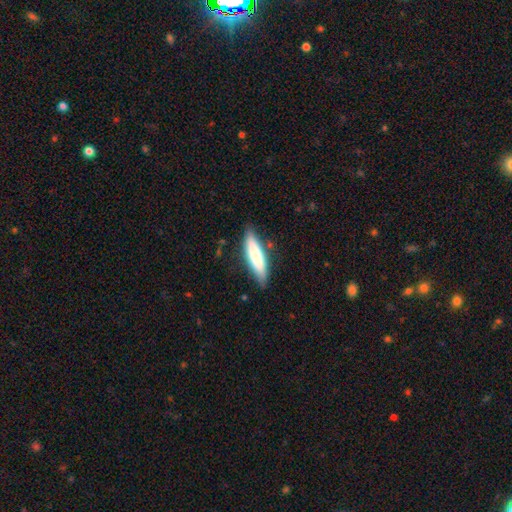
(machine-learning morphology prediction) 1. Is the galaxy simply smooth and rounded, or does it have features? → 73% smooth, 21% featured or disk, 5% star or artifact.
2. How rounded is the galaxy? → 65% cigar-shaped, 34% in between, 1% round.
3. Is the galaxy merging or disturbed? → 79% none, 16% minor disturbance, 3% major disturbance, 2% merger.